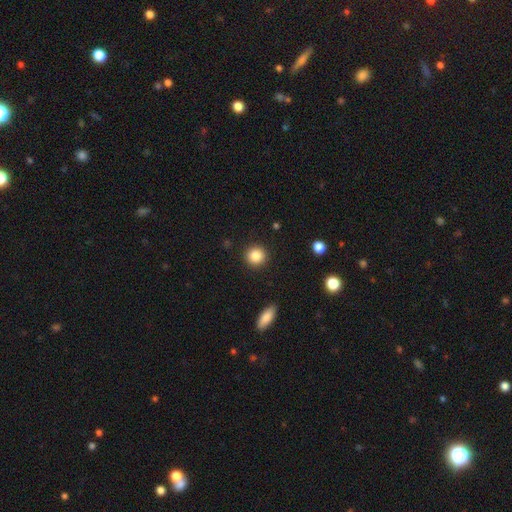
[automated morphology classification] Q: Smooth or featured?
A: smooth (86%); runner-up: star or artifact (9%)
Q: How rounded?
A: round (92%); runner-up: in between (7%)
Q: Merging?
A: none (92%); runner-up: minor disturbance (5%)